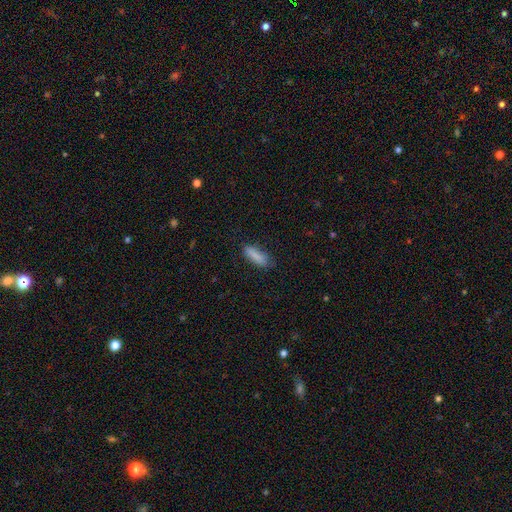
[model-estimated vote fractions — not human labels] Overall: smooth (86%). How rounded: cigar-shaped (52%; in between 46%). Merging: none (76%).